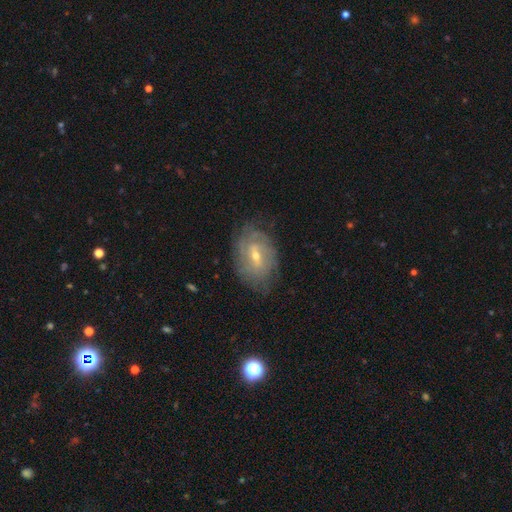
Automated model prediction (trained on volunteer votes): Smooth or featured? Predicted: featured or disk (p=0.73). Edge-on disk? Predicted: no (p=0.94). Bar? Predicted: weak (p=0.54). Spiral arms? Predicted: yes (p=0.83). Spiral winding? Predicted: tight (p=0.62). Spiral arm count? Predicted: can't tell (p=0.51). Bulge size? Predicted: small (p=0.55). Merging? Predicted: none (p=0.73).